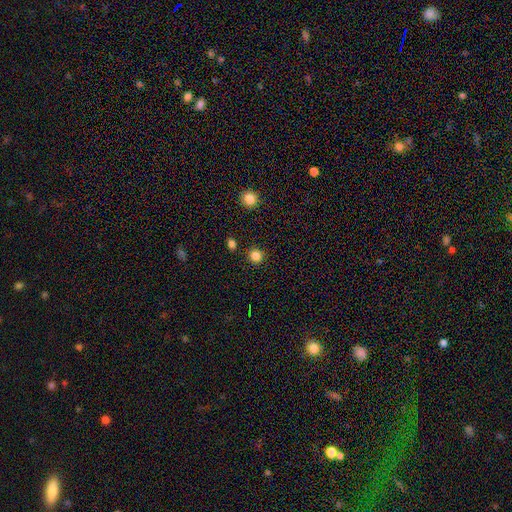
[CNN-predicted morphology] Smooth or featured: smooth — 83% (star or artifact — 13%)
How rounded: round — 91% (in between — 8%)
Merging: none — 90% (minor disturbance — 6%)